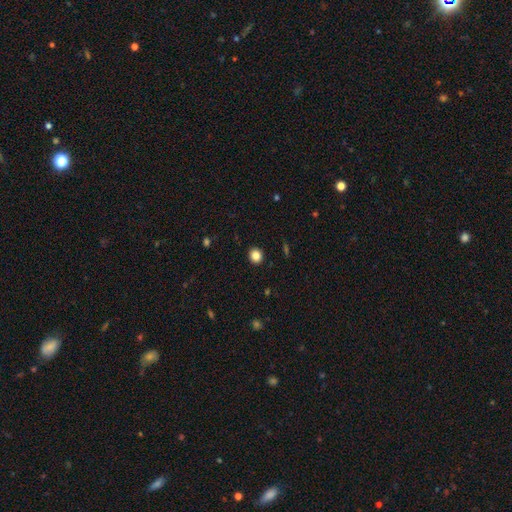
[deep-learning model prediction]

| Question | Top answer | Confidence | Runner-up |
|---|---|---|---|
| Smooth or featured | smooth | 84% | star or artifact (11%) |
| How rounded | round | 80% | in between (19%) |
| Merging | none | 92% | minor disturbance (5%) |